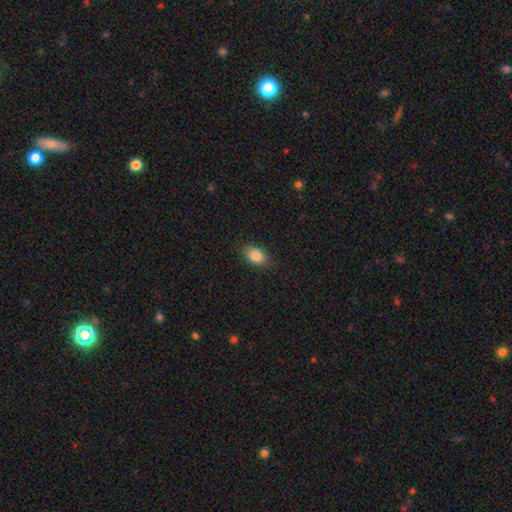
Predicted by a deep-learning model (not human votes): smooth-or-featured: smooth: 85% | star or artifact: 8% | featured or disk: 7%
  how-rounded: in between: 83% | round: 15% | cigar-shaped: 2%
  merging: none: 85% | minor disturbance: 11% | major disturbance: 2% | merger: 1%